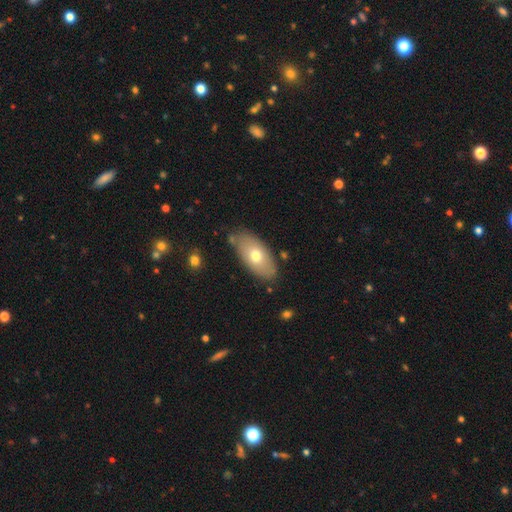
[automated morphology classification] type=smooth (67%); roundness=in between (92%); merging=none (75%).